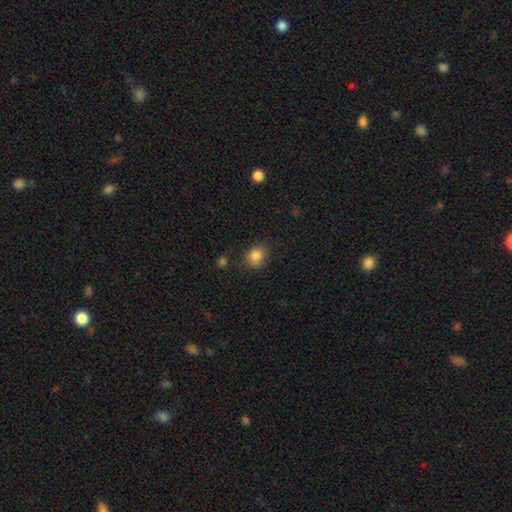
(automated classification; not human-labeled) This appears to be a smooth galaxy with no disk features (84%) that is round (56%). Merging: none (72%).